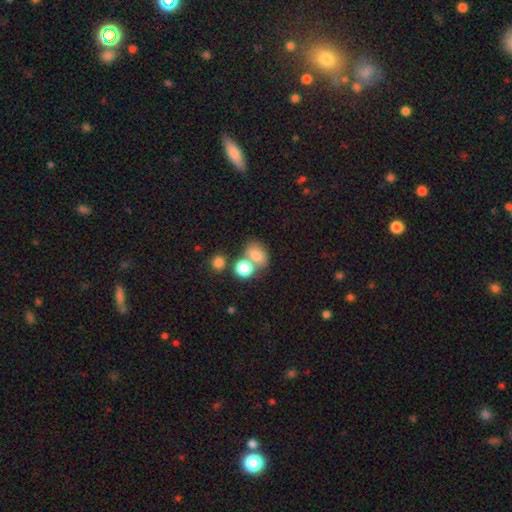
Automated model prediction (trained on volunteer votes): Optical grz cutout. It shows a smooth galaxy with no disk features (76%) that is in between round and cigar-shaped (63%). Merging: merger (42%).